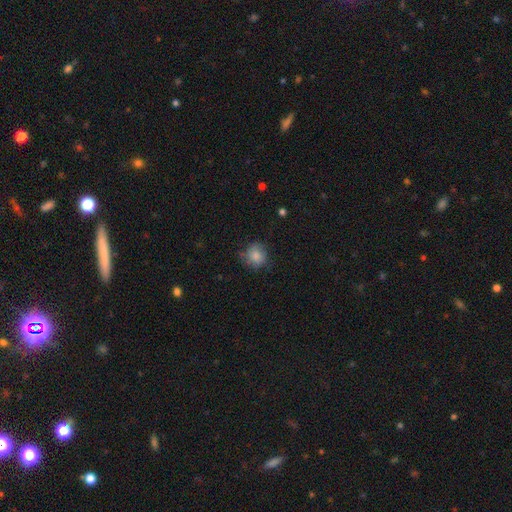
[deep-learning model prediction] Smooth or featured: smooth — 82% (featured or disk — 10%)
How rounded: round — 81% (in between — 18%)
Merging: none — 67% (minor disturbance — 24%)